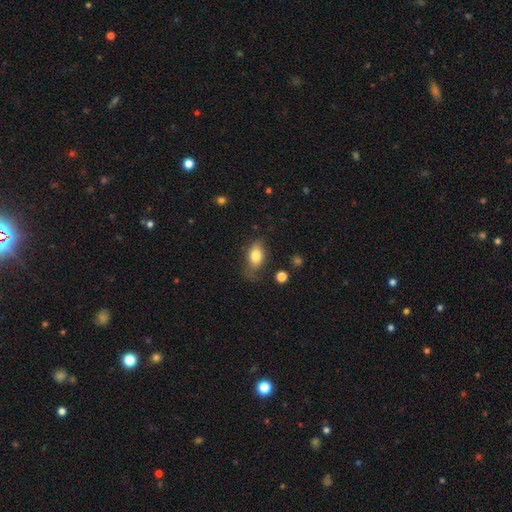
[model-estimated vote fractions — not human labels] A smooth galaxy with no disk features (77%) that is in between round and cigar-shaped (85%).

Vote fractions:
- Smooth or featured? smooth: 77% / featured or disk: 15% / star or artifact: 8%
- How rounded? in between: 85% / round: 10% / cigar-shaped: 5%
- Merging? none: 56% / minor disturbance: 30% / major disturbance: 11% / merger: 3%